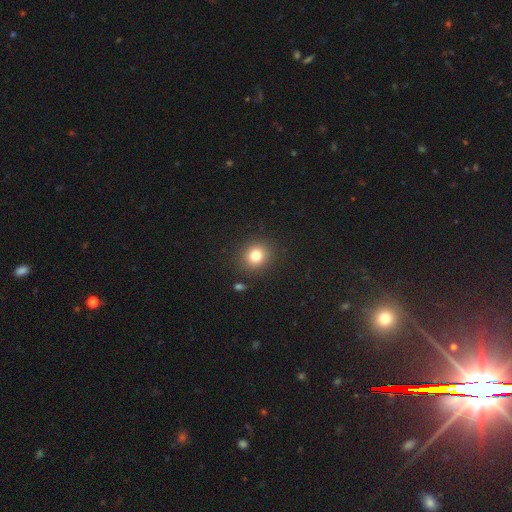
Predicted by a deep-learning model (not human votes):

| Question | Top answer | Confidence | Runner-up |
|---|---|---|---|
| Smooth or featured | smooth | 80% | star or artifact (13%) |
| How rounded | round | 82% | in between (18%) |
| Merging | none | 89% | minor disturbance (7%) |